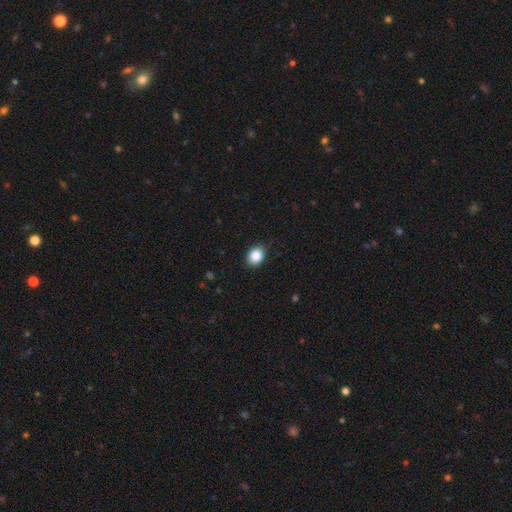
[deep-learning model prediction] This is clearly a smooth galaxy (87%). How rounded: possibly in between (55%). Merging: clearly none (88%).